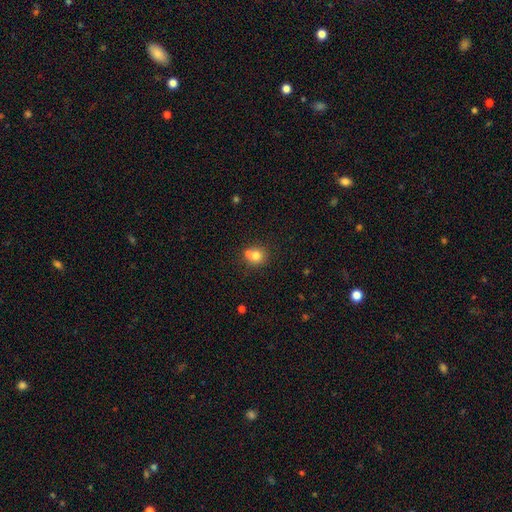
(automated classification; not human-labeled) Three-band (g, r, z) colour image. It shows a smooth galaxy with no disk features (76%) that is round (85%). Merging: none (49%).